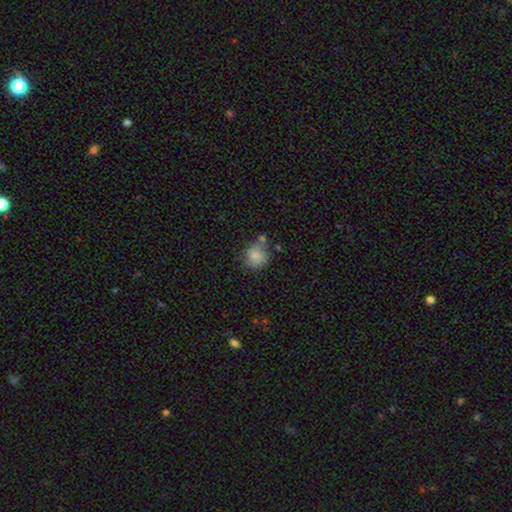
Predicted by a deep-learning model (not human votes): A smooth galaxy with no disk features (81%) that is round (78%). Merging: none (54%).